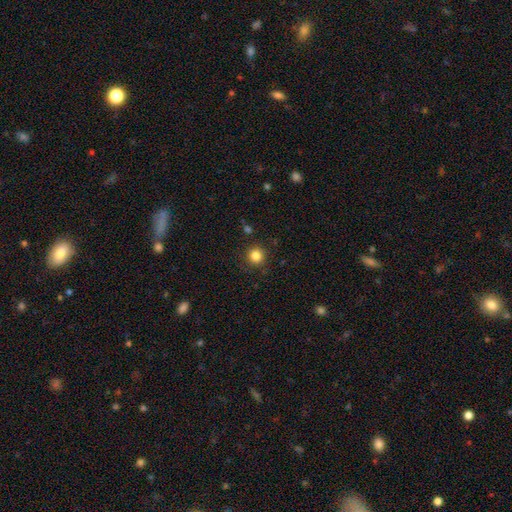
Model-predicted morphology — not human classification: Smooth or featured? Predicted: smooth (p=0.84). How rounded? Predicted: round (p=0.93). Merging? Predicted: none (p=0.89).